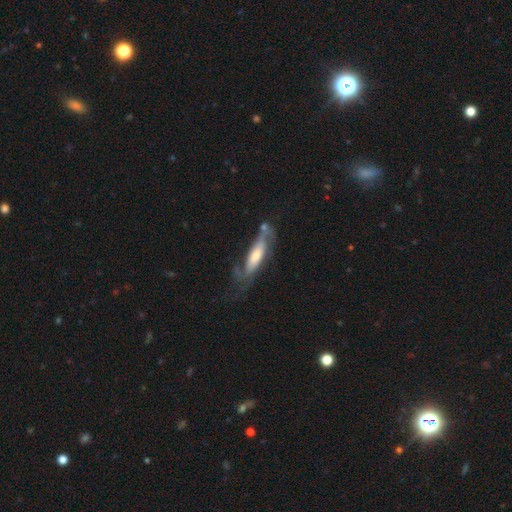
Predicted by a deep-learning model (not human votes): Smooth or featured? Predicted: featured or disk (p=0.67). Edge-on disk? Predicted: no (p=0.65). Merging? Predicted: none (p=0.49).